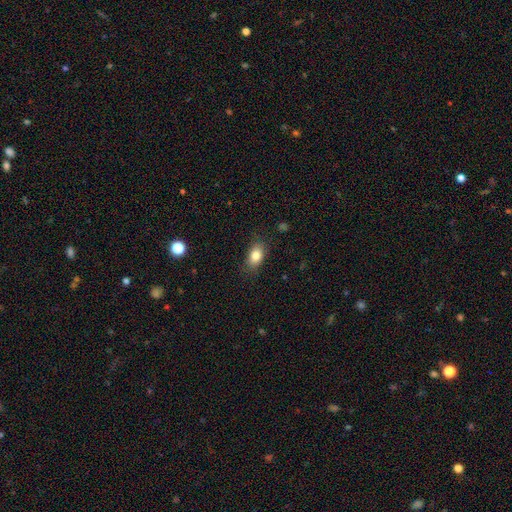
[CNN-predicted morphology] The model was most divided on "merging": none: 81%, minor disturbance: 14%, major disturbance: 4%, merger: 1%. More confident: how rounded — in between (85%); smooth or featured — smooth (83%).